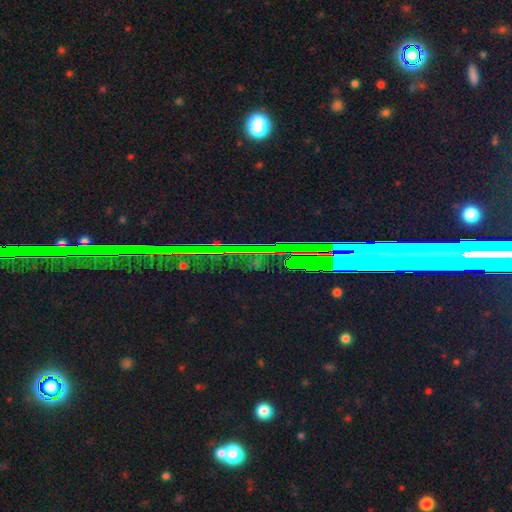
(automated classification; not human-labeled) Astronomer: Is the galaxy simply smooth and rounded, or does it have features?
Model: star or artifact — 82%.